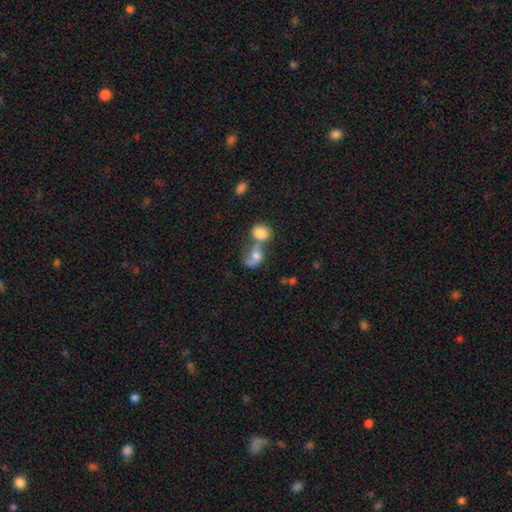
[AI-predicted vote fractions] This appears to be a smooth galaxy with no disk features (61%) that is in between round and cigar-shaped (55%). Merging: merger (67%).